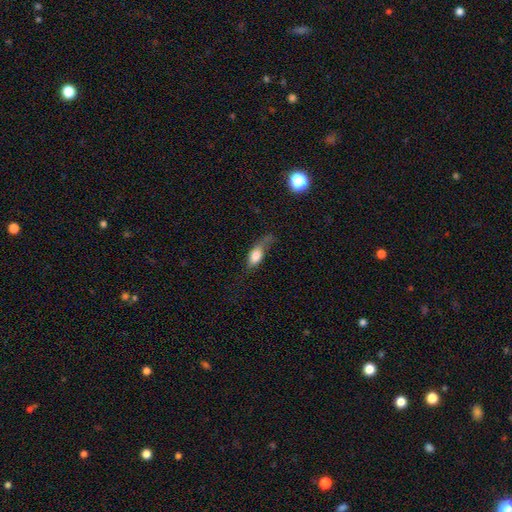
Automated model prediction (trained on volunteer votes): Smooth or featured: smooth — 75% (featured or disk — 17%)
How rounded: in between — 79% (cigar-shaped — 14%)
Merging: major disturbance — 34% (minor disturbance — 31%)